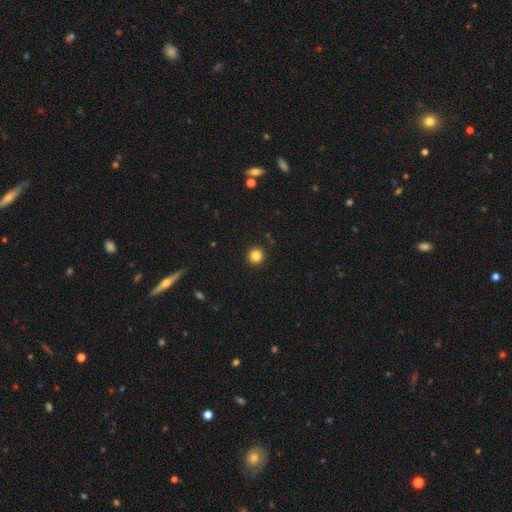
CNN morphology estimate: Smooth or featured? Predicted: smooth (p=0.84). How rounded? Predicted: round (p=0.95). Merging? Predicted: none (p=0.93).